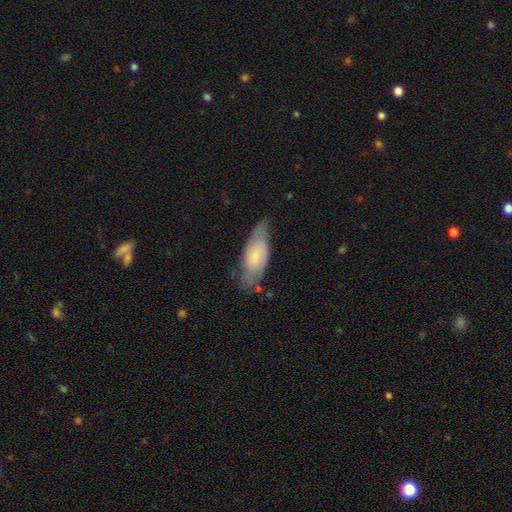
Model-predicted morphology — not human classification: type=smooth (53%); roundness=in between (75%); merging=none (58%).